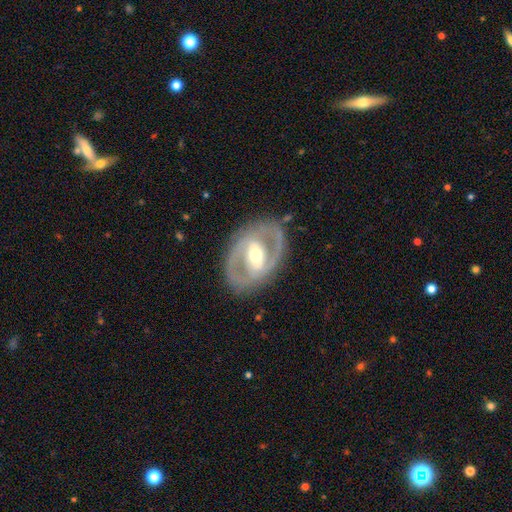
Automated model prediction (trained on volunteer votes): Q: Smooth or featured?
A: featured or disk (84%); runner-up: smooth (11%)
Q: Edge-on disk?
A: no (95%); runner-up: yes (5%)
Q: Bar?
A: strong (47%); runner-up: weak (36%)
Q: Spiral arms?
A: yes (79%); runner-up: no (21%)
Q: Spiral winding?
A: medium (49%); runner-up: tight (35%)
Q: Spiral arm count?
A: 2 (87%); runner-up: can't tell (7%)
Q: Bulge size?
A: moderate (69%); runner-up: small (21%)
Q: Merging?
A: none (82%); runner-up: minor disturbance (12%)